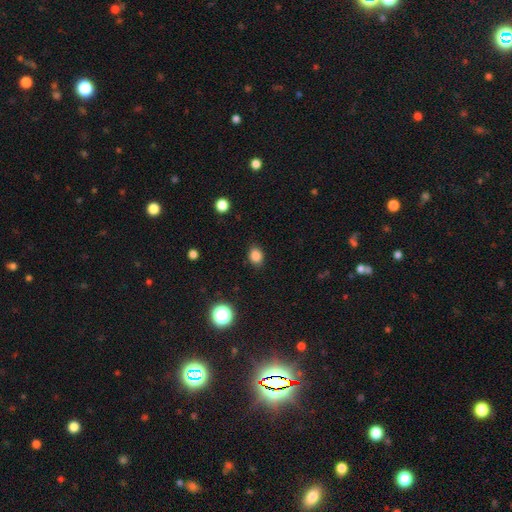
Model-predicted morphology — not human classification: type=smooth (84%); roundness=round (50%); merging=none (87%).